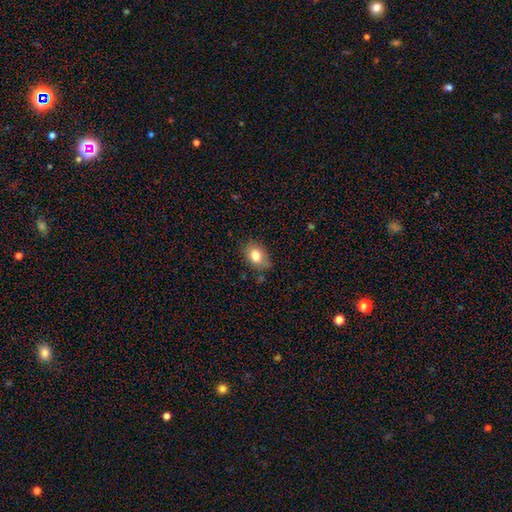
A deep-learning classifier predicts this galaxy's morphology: A smooth galaxy with no disk features (79%) that is in between round and cigar-shaped (60%).

Vote fractions:
- Smooth or featured? smooth: 79% / featured or disk: 11% / star or artifact: 10%
- How rounded? in between: 60% / round: 39% / cigar-shaped: 1%
- Merging? none: 71% / minor disturbance: 22% / major disturbance: 4% / merger: 2%